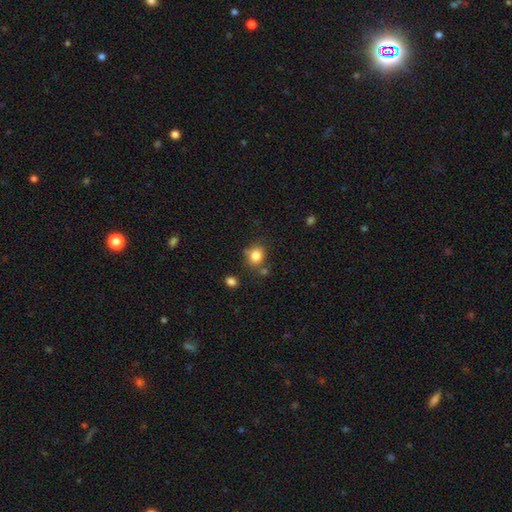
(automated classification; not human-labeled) Smooth or featured? Predicted: smooth (p=0.83). How rounded? Predicted: round (p=0.68). Merging? Predicted: none (p=0.68).